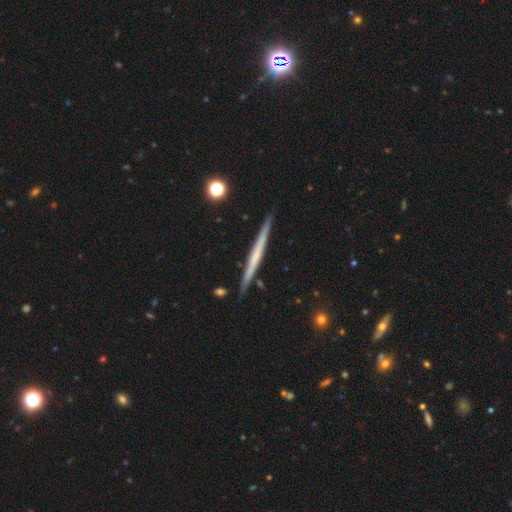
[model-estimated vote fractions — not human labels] Smooth or featured?
  - featured or disk: 60% *
  - smooth: 35%
  - star or artifact: 6%
Edge-on disk?
  - yes: 98% *
  - no: 2%
Edge-on bulge?
  - none: 85% *
  - rounded: 10%
  - boxy: 5%
Merging?
  - none: 90% *
  - minor disturbance: 7%
  - merger: 2%
  - major disturbance: 1%